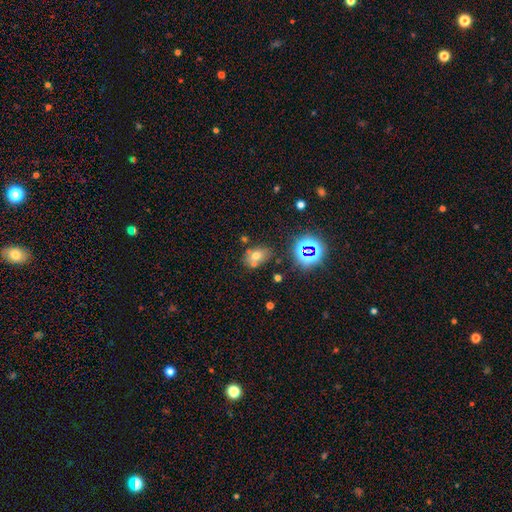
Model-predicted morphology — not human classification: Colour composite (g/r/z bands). It shows a smooth galaxy with no disk features (60%) that is in between round and cigar-shaped (67%). Merging: none (61%).